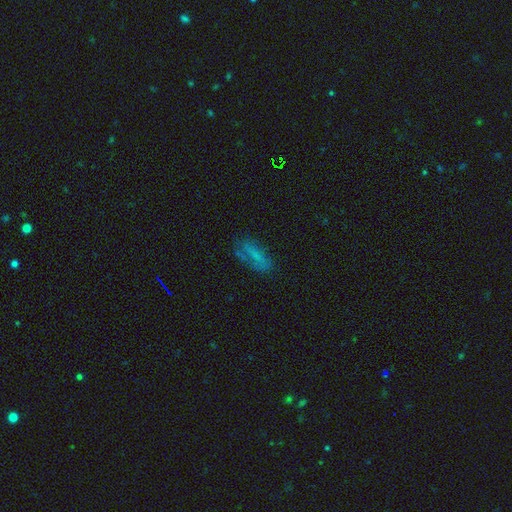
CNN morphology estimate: Smooth or featured?
  - smooth: 57% *
  - featured or disk: 27%
  - star or artifact: 16%
How rounded?
  - in between: 66% *
  - cigar-shaped: 30%
  - round: 4%
Merging?
  - none: 60% *
  - minor disturbance: 24%
  - major disturbance: 14%
  - merger: 3%